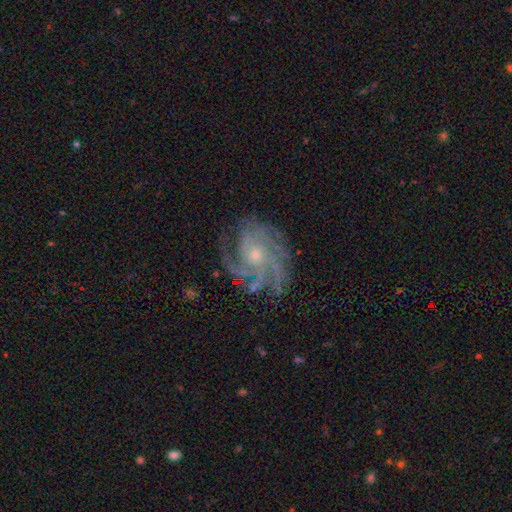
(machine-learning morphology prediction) type=featured or disk (88%); edge-on=no (97%); bar=no (75%); spiral arms=yes (98%); winding=tight (56%); arm count=4 (33%); bulge=small (69%); merging=none (73%).